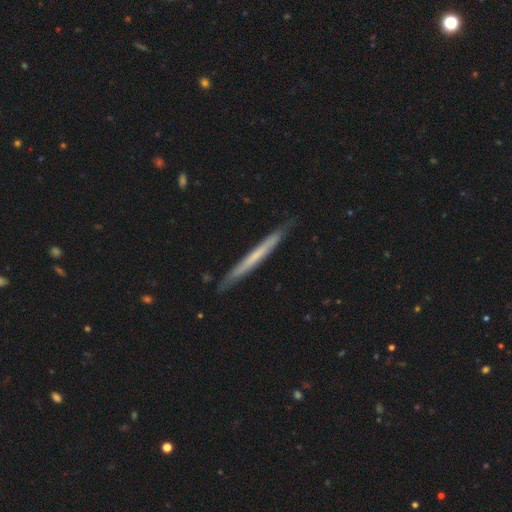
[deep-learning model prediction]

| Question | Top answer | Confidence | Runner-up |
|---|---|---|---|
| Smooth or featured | featured or disk | 48% | smooth (47%) |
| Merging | none | 87% | minor disturbance (10%) |